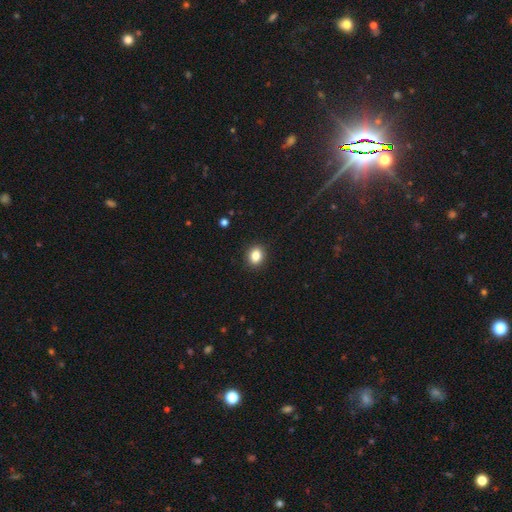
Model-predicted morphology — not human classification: smooth 85%, star or artifact 10%, featured or disk 5%. Down the decision tree: how rounded — round (55%); merging — none (91%).